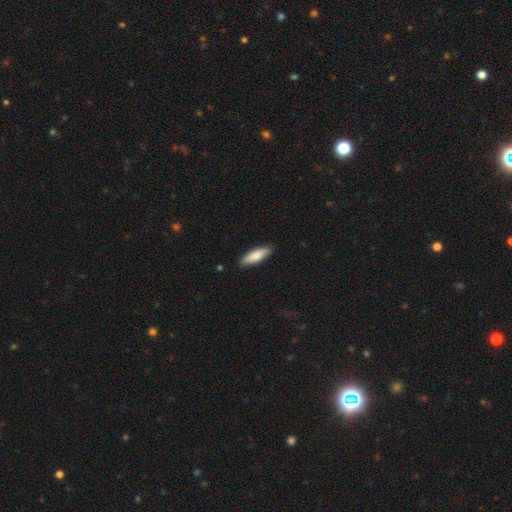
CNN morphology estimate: This is clearly a smooth galaxy (80%). How rounded: possibly cigar-shaped (51%). Merging: clearly none (88%).